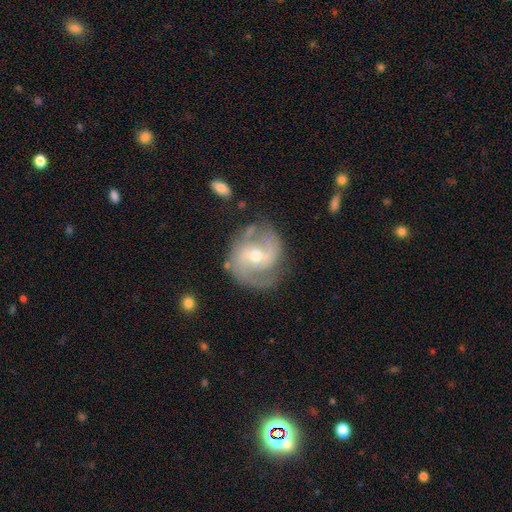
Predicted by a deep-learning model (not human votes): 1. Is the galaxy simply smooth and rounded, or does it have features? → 84% featured or disk, 10% smooth, 6% star or artifact.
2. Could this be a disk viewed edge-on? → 98% no, 2% yes.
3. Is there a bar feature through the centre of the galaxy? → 48% weak, 37% no, 15% strong.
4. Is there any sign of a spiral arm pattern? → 94% yes, 6% no.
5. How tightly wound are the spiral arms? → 50% medium, 29% tight, 22% loose.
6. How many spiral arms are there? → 77% 2, 10% can't tell, 6% 3, 4% 1, 2% 4, 2% more than 4.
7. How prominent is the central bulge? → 60% moderate, 35% small, 3% large, 1% none, 1% dominant.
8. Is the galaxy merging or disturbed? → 71% none, 18% minor disturbance, 8% major disturbance, 2% merger.